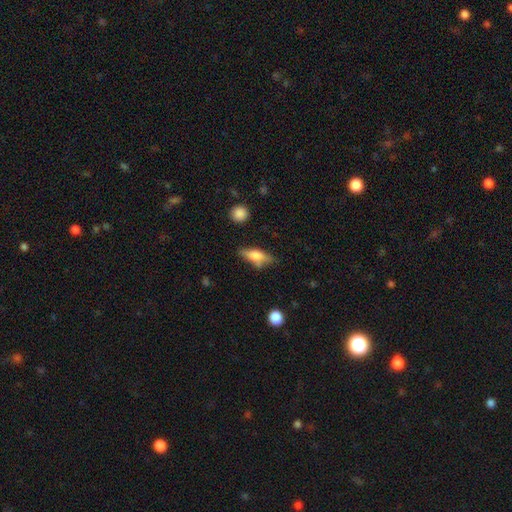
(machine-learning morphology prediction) smooth-or-featured: smooth: 61% | featured or disk: 31% | star or artifact: 8%
  how-rounded: in between: 59% | cigar-shaped: 37% | round: 4%
  merging: none: 67% | minor disturbance: 21% | major disturbance: 6% | merger: 6%